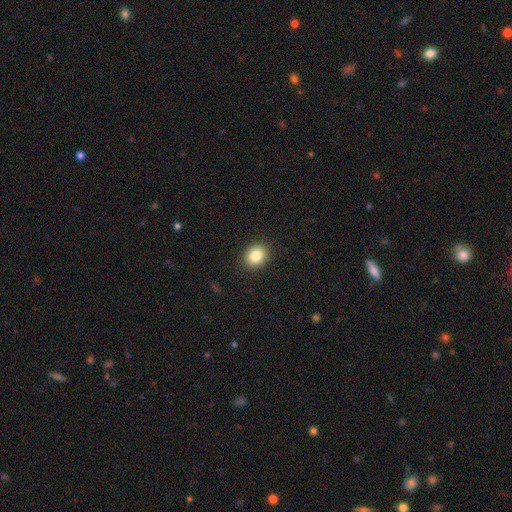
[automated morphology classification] smooth-or-featured: smooth: 85% | star or artifact: 10% | featured or disk: 6%
  how-rounded: round: 61% | in between: 39% | cigar-shaped: 1%
  merging: none: 90% | minor disturbance: 7% | major disturbance: 2% | merger: 1%